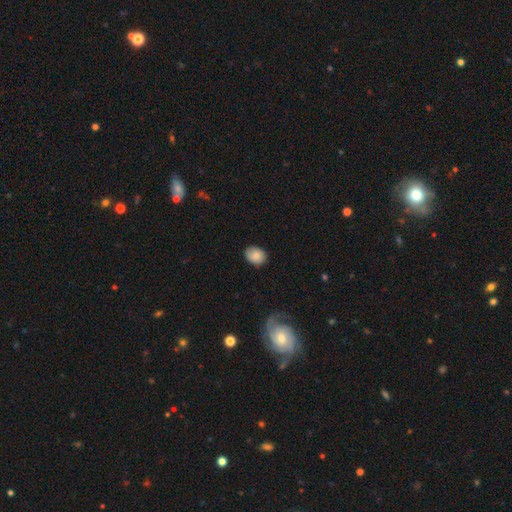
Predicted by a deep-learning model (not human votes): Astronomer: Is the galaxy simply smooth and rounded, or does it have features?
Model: smooth — 83%.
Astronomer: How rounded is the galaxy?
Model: in between — 62%.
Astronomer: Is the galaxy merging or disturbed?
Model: none — 80%.